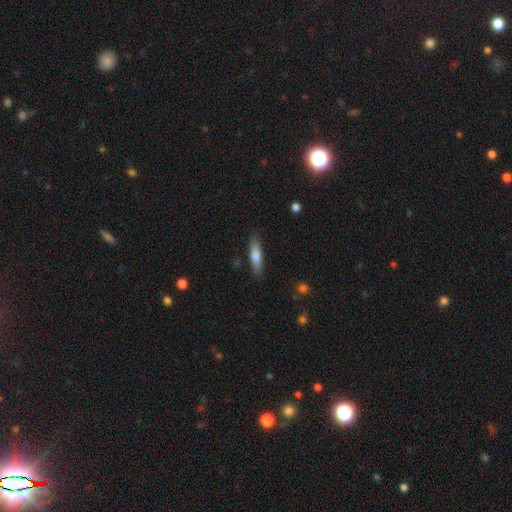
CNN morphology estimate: Smooth or featured? smooth (71%)
How rounded? cigar-shaped (69%)
Merging? none (84%)